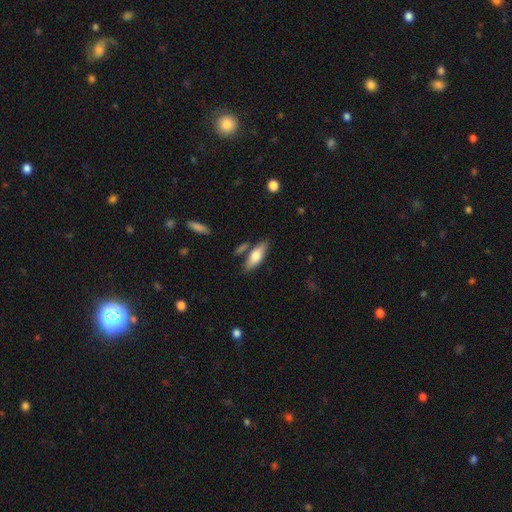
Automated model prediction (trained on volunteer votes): Overall: smooth (72%). How rounded: in between (62%; cigar-shaped 36%). Merging: none (73%).